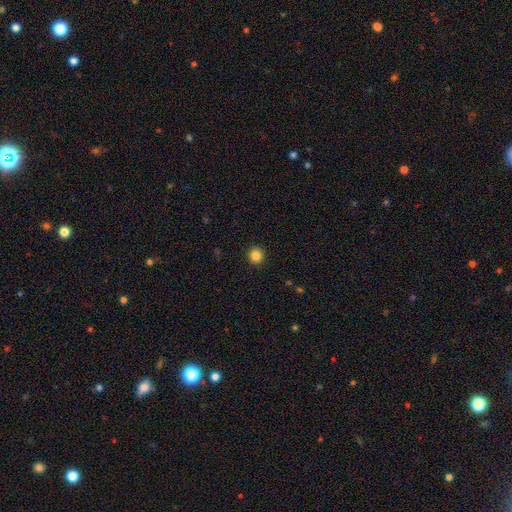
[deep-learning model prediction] smooth_or_featured: smooth (p=0.85) [alt: star or artifact p=0.11]
how_rounded: round (p=0.93) [alt: in between p=0.06]
merging: none (p=0.92) [alt: minor disturbance p=0.05]